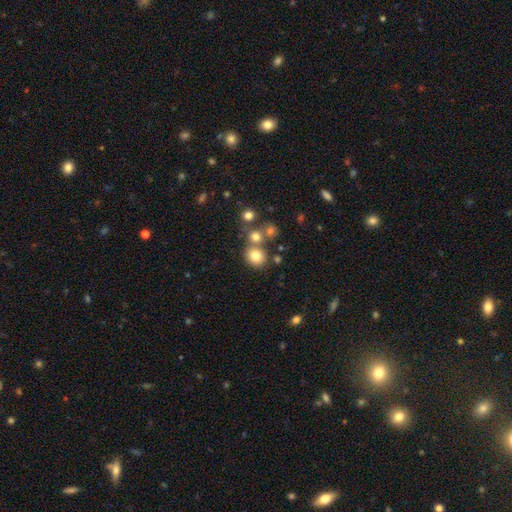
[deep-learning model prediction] Overall: smooth (78%). How rounded: round (80%). Merging: none (65%).